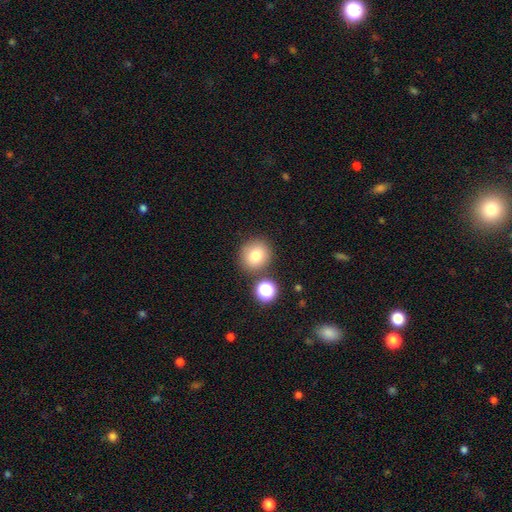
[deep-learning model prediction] Smooth or featured? Predicted: smooth (p=0.78). How rounded? Predicted: round (p=0.88). Merging? Predicted: none (p=0.80).